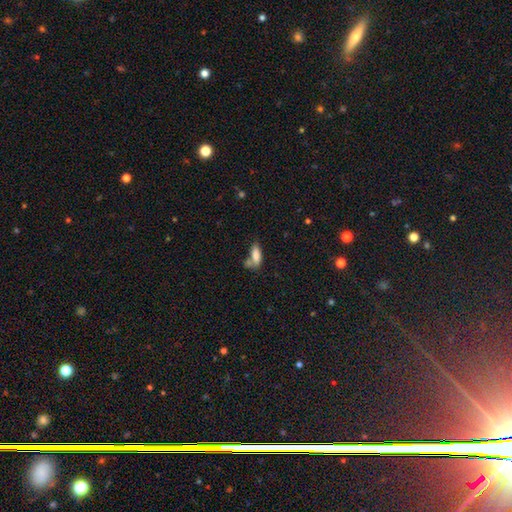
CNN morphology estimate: Smooth or featured? smooth (80%)
How rounded? in between (72%)
Merging? none (41%)